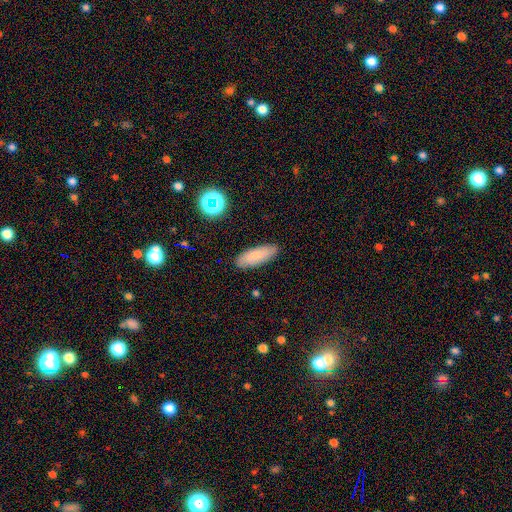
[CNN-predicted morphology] This is likely a smooth galaxy (77%). How rounded: likely in between (70%). Merging: clearly none (86%).